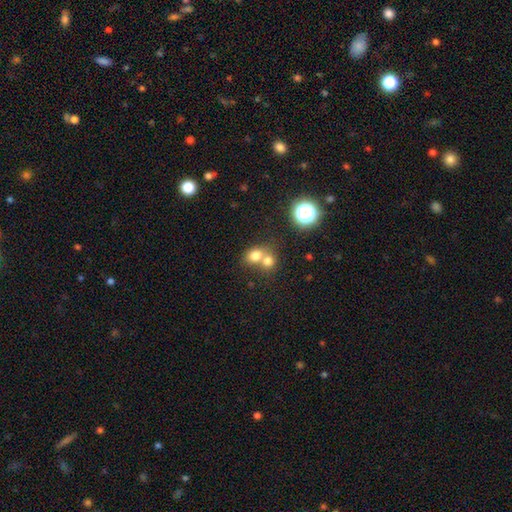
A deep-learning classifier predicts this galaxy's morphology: This appears to be a smooth galaxy with no disk features (75%) that is round (66%). Merging: merger (57%).